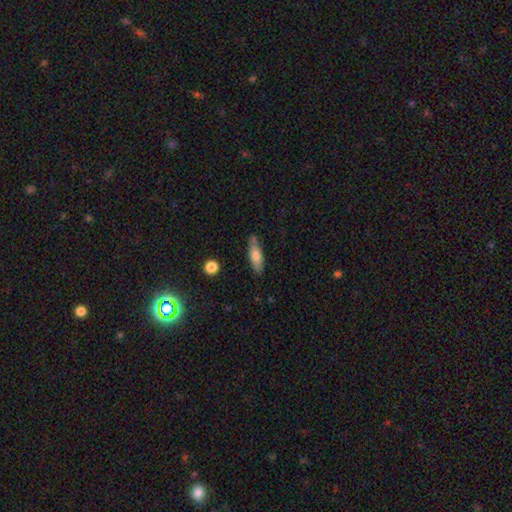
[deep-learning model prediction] Smooth or featured: smooth — 71% (featured or disk — 22%)
How rounded: cigar-shaped — 49% (tied with in between — 49%)
Merging: none — 74% (minor disturbance — 19%)